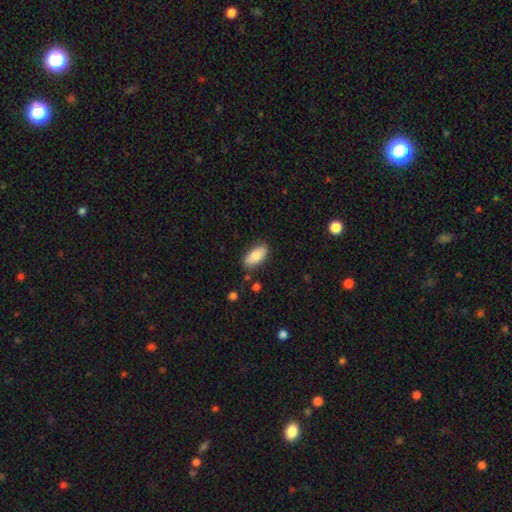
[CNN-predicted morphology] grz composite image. It shows a smooth galaxy with no disk features (83%) that is in between round and cigar-shaped (88%). Merging: none (84%).